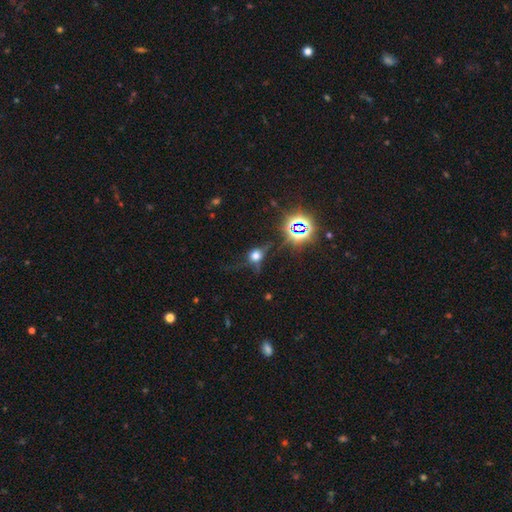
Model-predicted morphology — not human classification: Smooth or featured? smooth (39%)
Merging? none (51%)